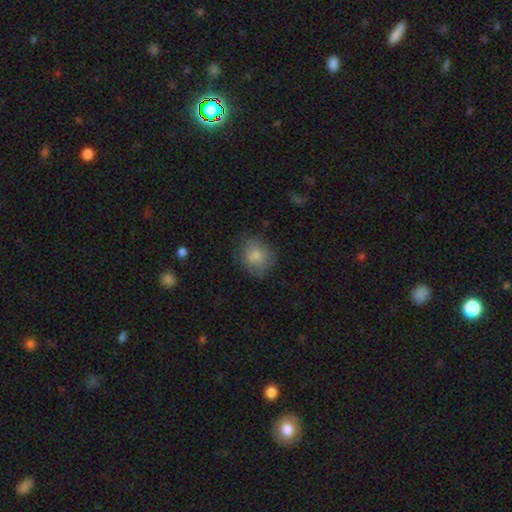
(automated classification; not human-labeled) This is likely a smooth galaxy (80%). How rounded: likely round (74%). Merging: likely none (67%).